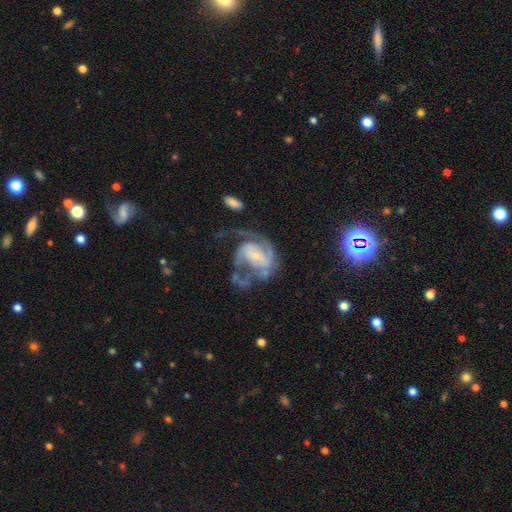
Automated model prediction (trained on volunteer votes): Smooth or featured? Predicted: featured or disk (p=0.83). Edge-on disk? Predicted: no (p=0.98). Bar? Predicted: no (p=0.44). Spiral arms? Predicted: yes (p=0.89). Spiral winding? Predicted: medium (p=0.47). Spiral arm count? Predicted: 2 (p=0.51). Bulge size? Predicted: small (p=0.70). Merging? Predicted: major disturbance (p=0.43).